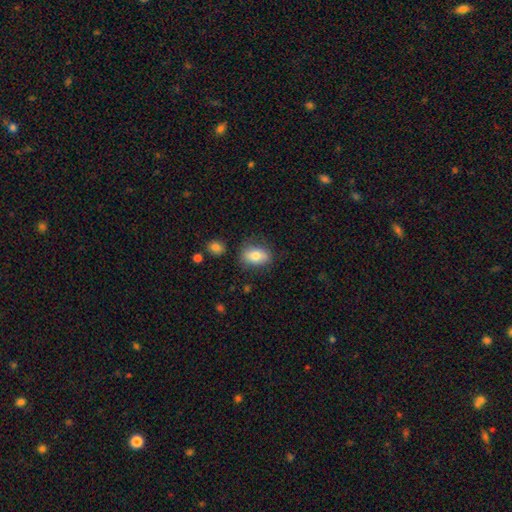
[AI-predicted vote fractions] This appears to be a smooth galaxy with no disk features (79%) that is in between round and cigar-shaped (85%). Merging: none (77%).